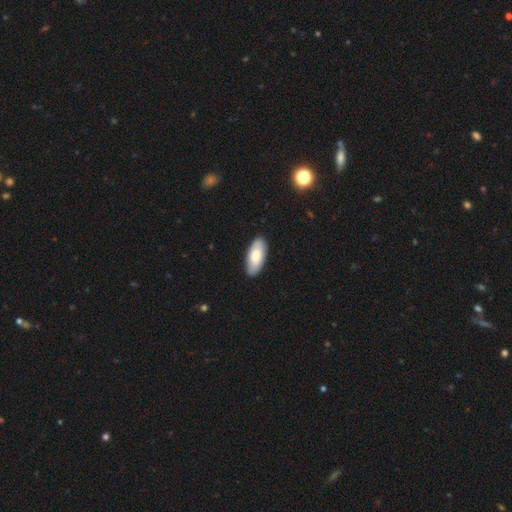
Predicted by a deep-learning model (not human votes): smooth-or-featured: smooth: 77% | featured or disk: 18% | star or artifact: 5%
  how-rounded: in between: 88% | cigar-shaped: 10% | round: 2%
  merging: none: 89% | minor disturbance: 8% | major disturbance: 2% | merger: 1%